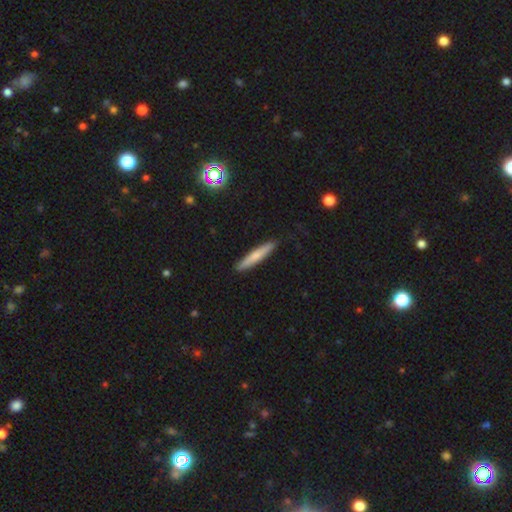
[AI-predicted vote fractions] Overall: smooth (65%; featured or disk 29%). How rounded: cigar-shaped (93%). Merging: none (90%).